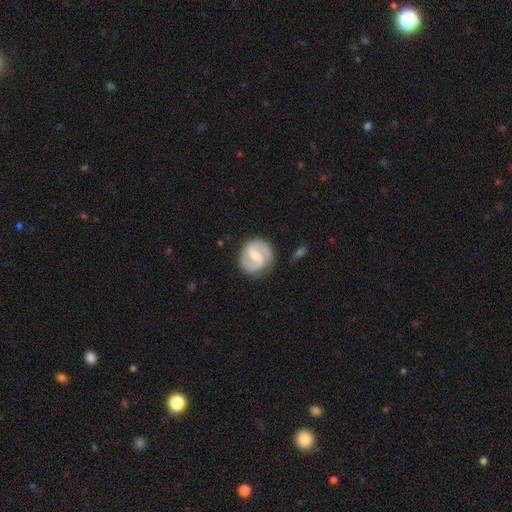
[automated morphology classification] Overall: featured or disk (82%). Edge-on disk: no (98%). Bar: weak (55%; no 23%). Spiral arms: yes (95%). Spiral arm count: 2 (91%). Spiral winding: medium (53%; tight 28%). Bulge size: moderate (55%; small 40%). Merging: none (82%).